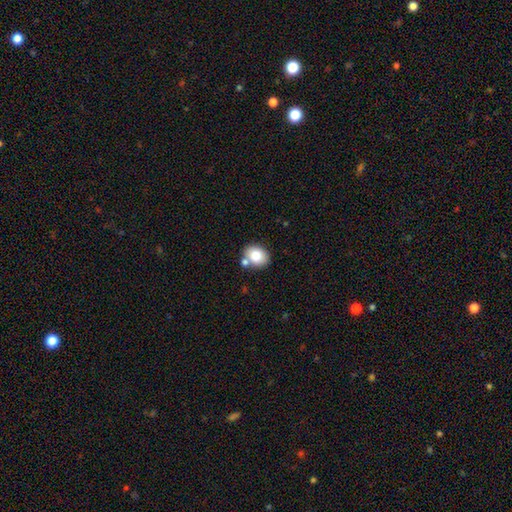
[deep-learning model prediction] Smooth or featured: smooth — 79% (featured or disk — 11%)
How rounded: round — 54% (in between — 45%)
Merging: none — 68% (merger — 18%)